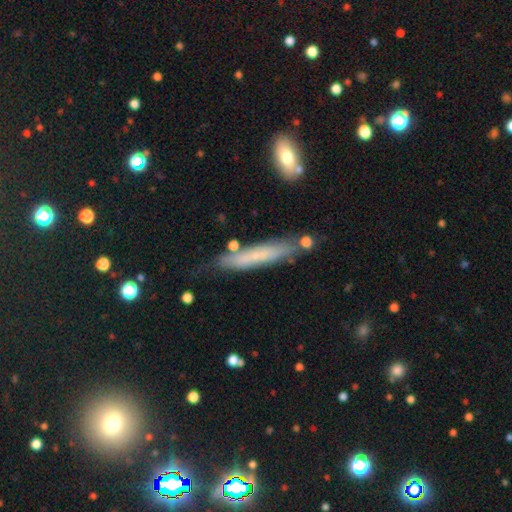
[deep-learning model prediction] Morphology: type=smooth (54%); roundness=cigar-shaped (91%); merging=none (74%).